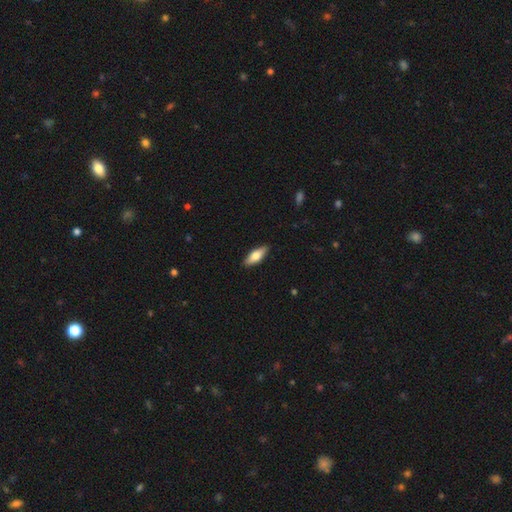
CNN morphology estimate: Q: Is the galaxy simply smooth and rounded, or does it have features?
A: smooth — 68%.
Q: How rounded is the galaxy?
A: in between — 61%.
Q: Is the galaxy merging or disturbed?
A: none — 88%.